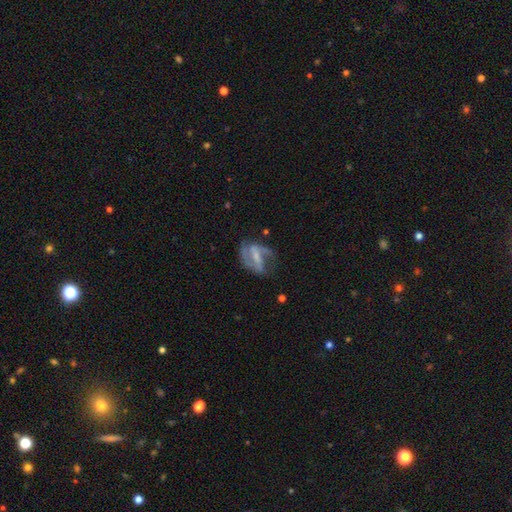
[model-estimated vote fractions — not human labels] The model was most divided on "spiral winding": medium: 45%, loose: 35%, tight: 20%. Remaining: edge-on disk — no (95%); spiral arms — yes (80%); smooth or featured — featured or disk (77%); spiral arm count — 2 (73%); bar — strong (51%); merging — none (49%); bulge size — small (41%).